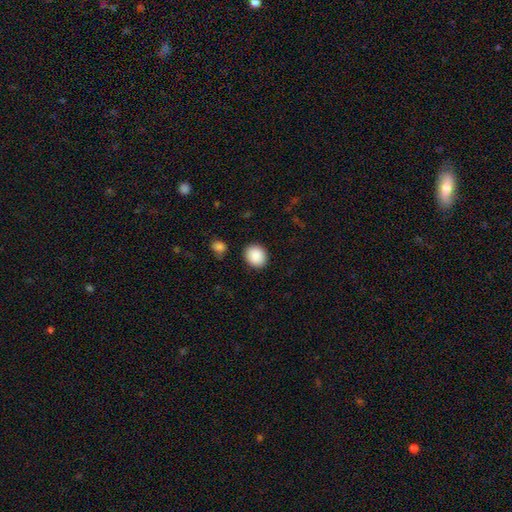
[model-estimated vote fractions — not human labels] smooth-or-featured: smooth: 89% | star or artifact: 8% | featured or disk: 3%
  how-rounded: round: 72% | in between: 27% | cigar-shaped: 1%
  merging: none: 89% | minor disturbance: 7% | major disturbance: 2% | merger: 2%